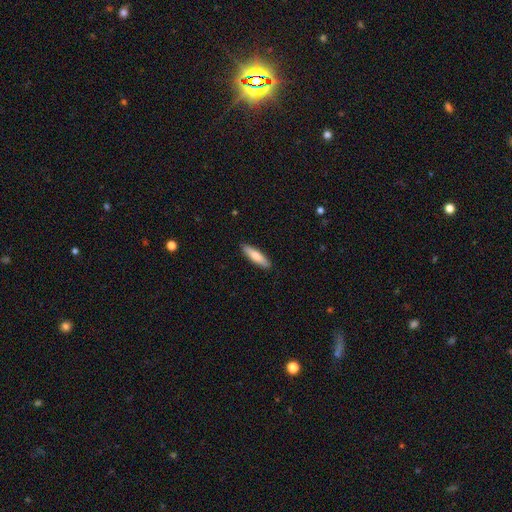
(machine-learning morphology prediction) A smooth galaxy with no disk features (76%) that is cigar-shaped (68%). Merging: none (90%).